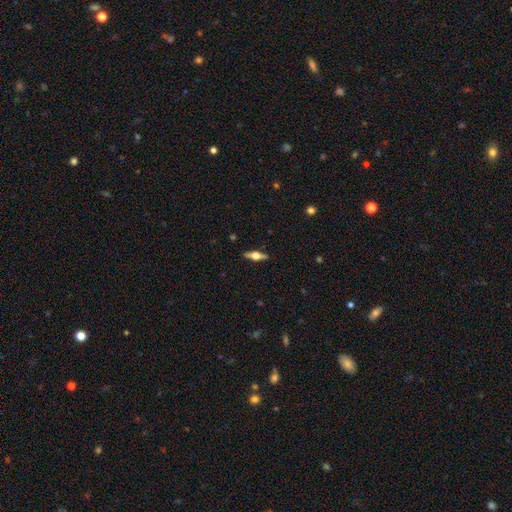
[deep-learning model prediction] smooth_or_featured: featured or disk (p=0.62) [alt: smooth p=0.31]
disk_edge_on: yes (p=0.96) [alt: no p=0.04]
edge_on_bulge: rounded (p=0.94) [alt: boxy p=0.05]
merging: none (p=0.90) [alt: minor disturbance p=0.07]